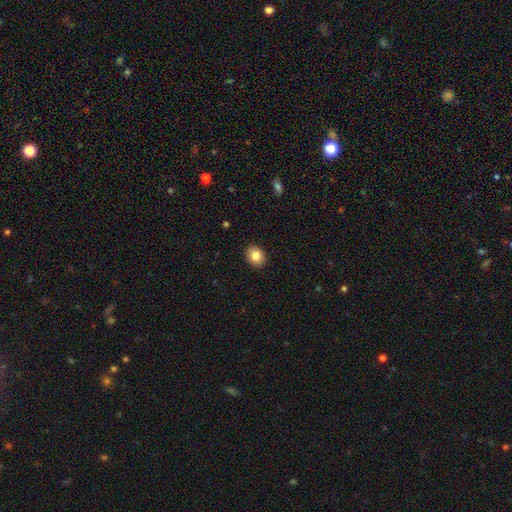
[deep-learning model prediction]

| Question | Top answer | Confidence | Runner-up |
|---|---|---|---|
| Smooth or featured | smooth | 85% | star or artifact (9%) |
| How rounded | round | 51% | in between (48%) |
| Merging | none | 90% | minor disturbance (7%) |